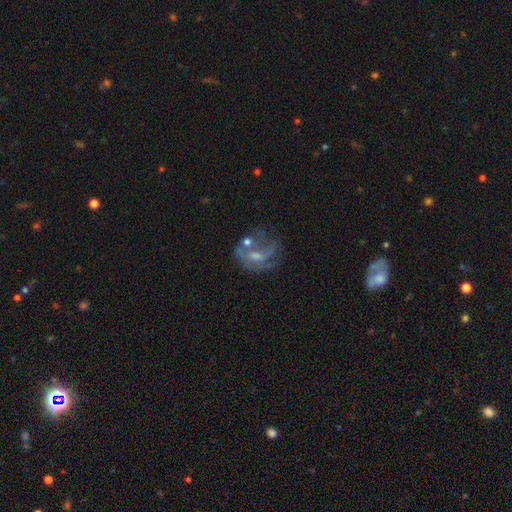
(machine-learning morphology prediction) A featured or disk galaxy (65%) with no bar (47%), spiral arms (62%) and a small central bulge (41%). Merging: none (41%).